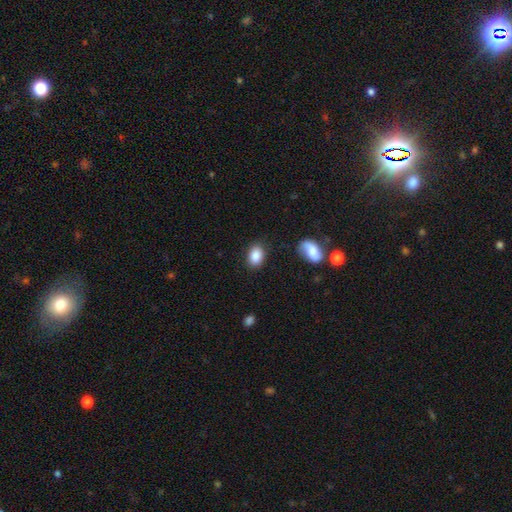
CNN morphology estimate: A smooth galaxy with no disk features (87%) that is in between round and cigar-shaped (83%). Merging: none (84%).